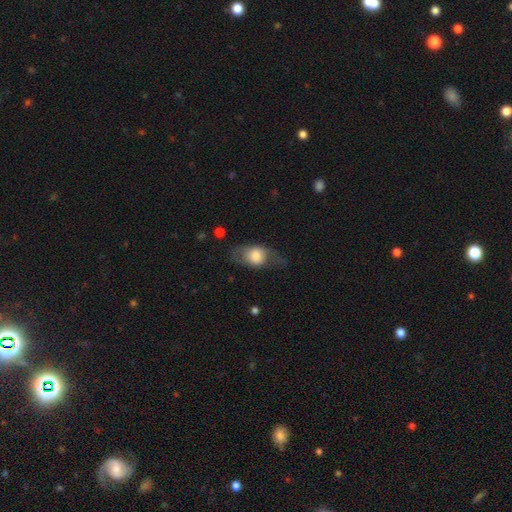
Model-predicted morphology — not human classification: Q: Smooth or featured?
A: smooth (63%); runner-up: featured or disk (31%)
Q: How rounded?
A: in between (66%); runner-up: round (31%)
Q: Merging?
A: none (52%); runner-up: minor disturbance (25%)